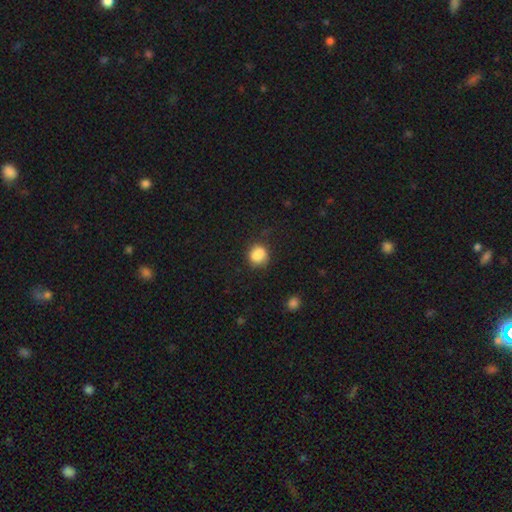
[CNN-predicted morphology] Smooth or featured? smooth (81%)
How rounded? round (74%)
Merging? none (63%)